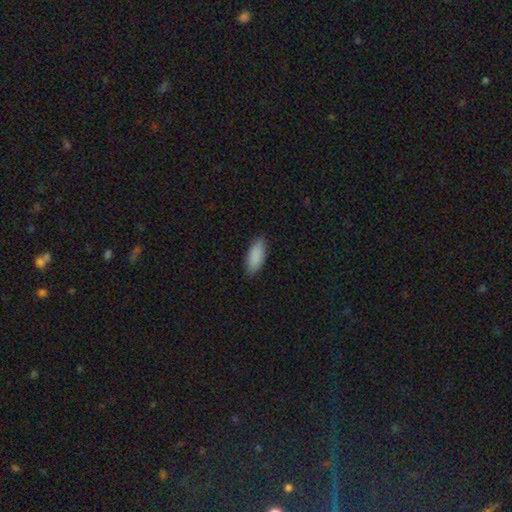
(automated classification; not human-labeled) Smooth or featured? smooth (89%)
How rounded? in between (82%)
Merging? none (84%)